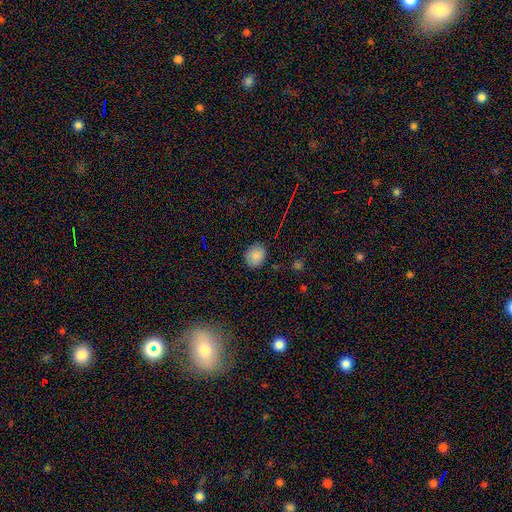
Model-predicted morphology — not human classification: type=smooth (83%); roundness=round (58%); merging=none (86%).